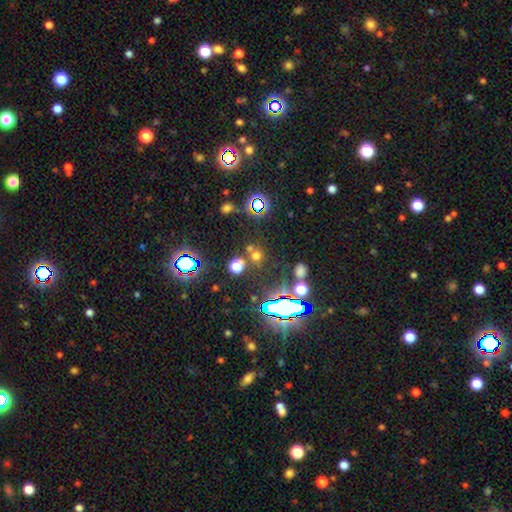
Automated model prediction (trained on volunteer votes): This appears to be a smooth galaxy with no disk features (49%). Merging: none (68%).